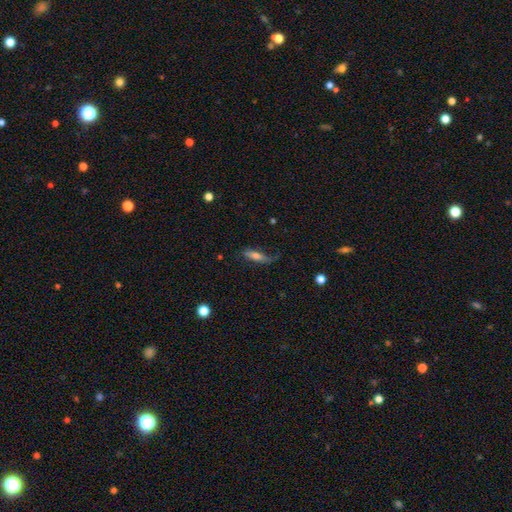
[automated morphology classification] smooth-or-featured: smooth: 60% | featured or disk: 32% | star or artifact: 8%
  how-rounded: cigar-shaped: 58% | in between: 39% | round: 3%
  merging: none: 54% | minor disturbance: 28% | major disturbance: 16% | merger: 2%